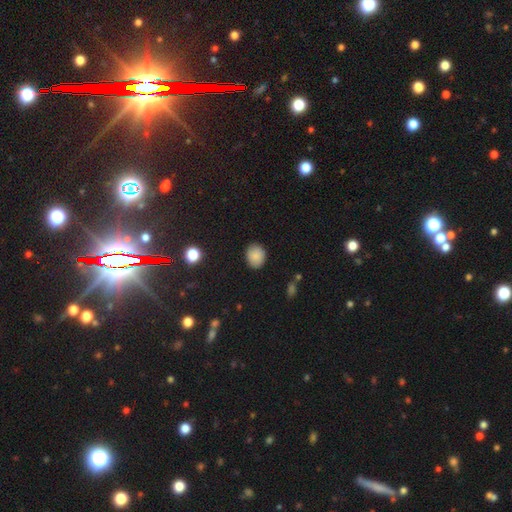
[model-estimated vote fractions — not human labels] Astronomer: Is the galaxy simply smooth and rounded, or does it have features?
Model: smooth — 87%.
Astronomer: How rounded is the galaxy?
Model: round — 55% (runner-up: in between, 44%).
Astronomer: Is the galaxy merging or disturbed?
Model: none — 87%.